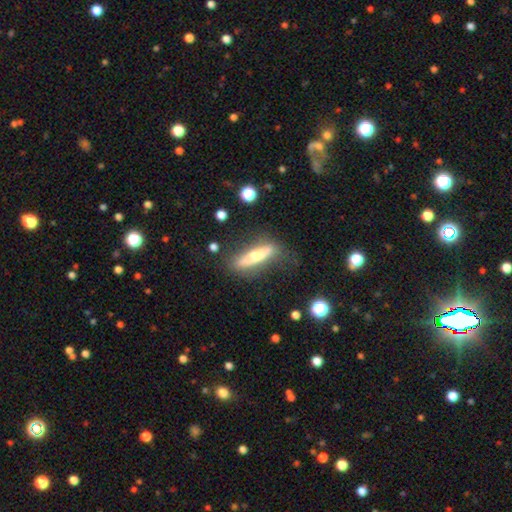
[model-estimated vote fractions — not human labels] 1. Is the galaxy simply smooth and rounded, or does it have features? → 48% smooth, 45% featured or disk, 6% star or artifact.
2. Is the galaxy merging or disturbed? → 71% none, 17% minor disturbance, 9% major disturbance, 3% merger.